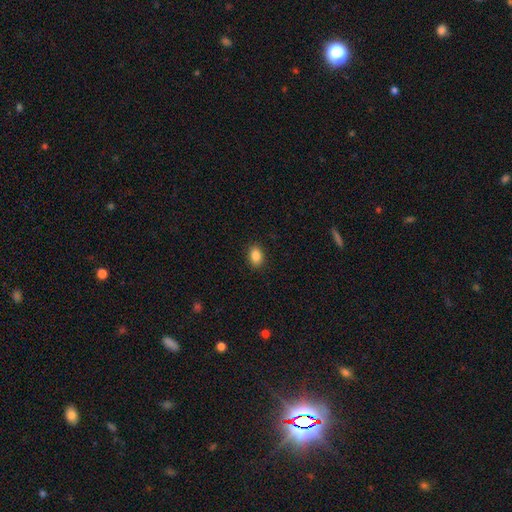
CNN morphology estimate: Smooth or featured? smooth (87%)
How rounded? in between (82%)
Merging? none (90%)